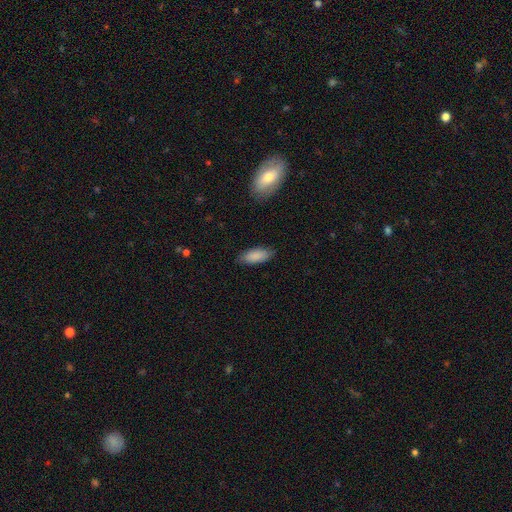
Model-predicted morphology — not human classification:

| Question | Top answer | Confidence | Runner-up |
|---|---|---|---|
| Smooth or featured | smooth | 87% | featured or disk (7%) |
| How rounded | in between | 82% | cigar-shaped (16%) |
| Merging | none | 83% | minor disturbance (13%) |